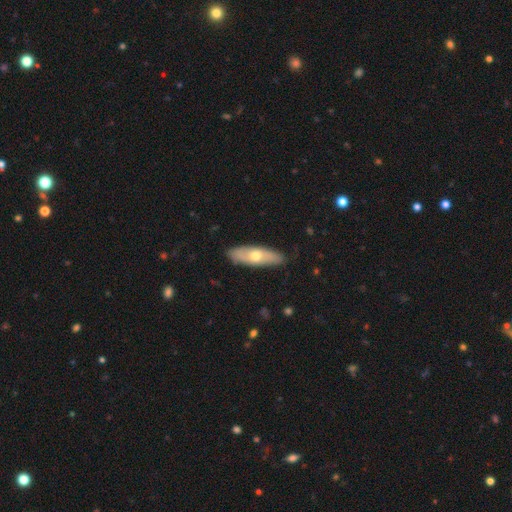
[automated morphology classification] This appears to be a smooth galaxy with no disk features (55%) that is in between round and cigar-shaped (52%). Merging: none (87%).